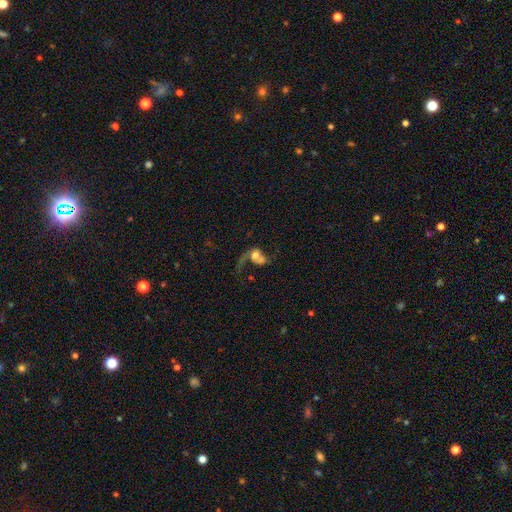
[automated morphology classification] Smooth or featured? Predicted: featured or disk (p=0.49). Merging? Predicted: merger (p=0.41).